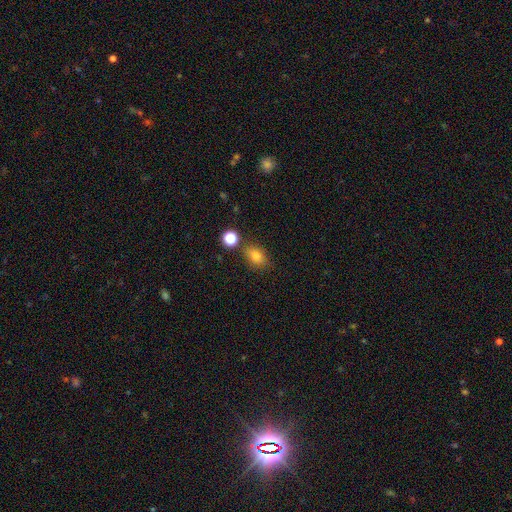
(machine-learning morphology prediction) Overall: smooth (81%). How rounded: in between (71%). Merging: none (74%).